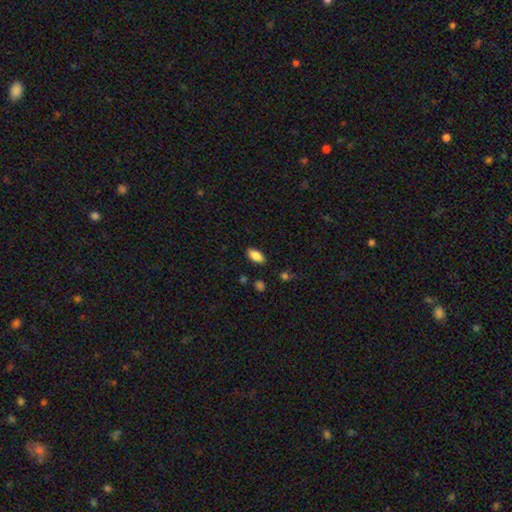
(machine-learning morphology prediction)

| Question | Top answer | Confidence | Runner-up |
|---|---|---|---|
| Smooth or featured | smooth | 86% | star or artifact (8%) |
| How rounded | in between | 91% | cigar-shaped (6%) |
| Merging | none | 86% | minor disturbance (10%) |